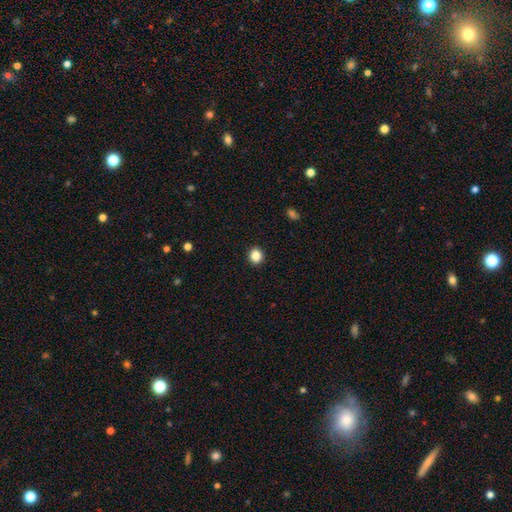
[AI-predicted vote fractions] The model was most divided on "how rounded": round: 79%, in between: 20%, cigar-shaped: 1%. More confident: merging — none (92%); smooth or featured — smooth (86%).